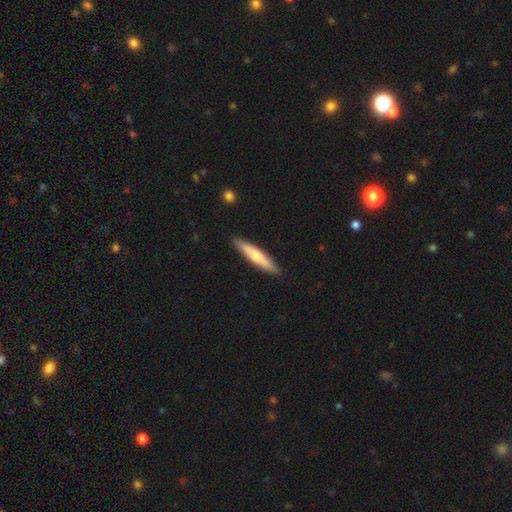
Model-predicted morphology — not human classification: A smooth galaxy with no disk features (52%) that is cigar-shaped (88%). Merging: none (90%).